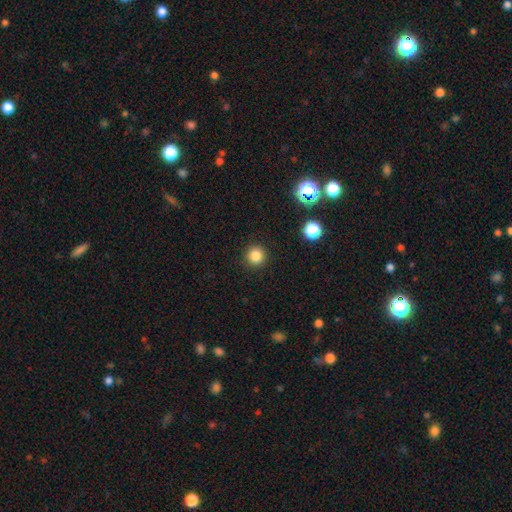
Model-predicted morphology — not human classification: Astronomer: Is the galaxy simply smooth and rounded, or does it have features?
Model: smooth — 83%.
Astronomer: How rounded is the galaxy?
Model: round — 95%.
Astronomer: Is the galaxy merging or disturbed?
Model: none — 92%.